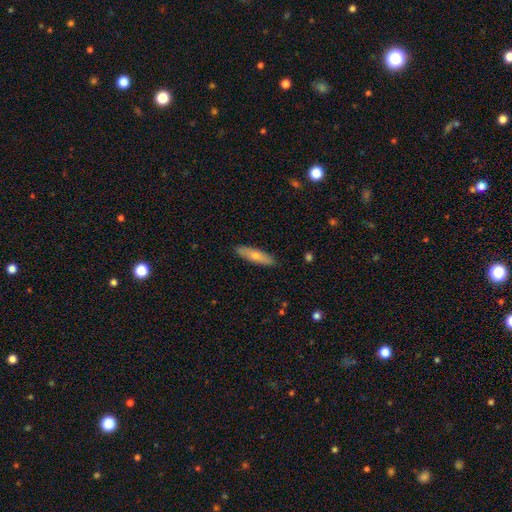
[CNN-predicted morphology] The model was most divided on "smooth or featured": smooth: 65%, featured or disk: 29%, star or artifact: 6%. More confident: merging — none (89%); how rounded — cigar-shaped (73%).